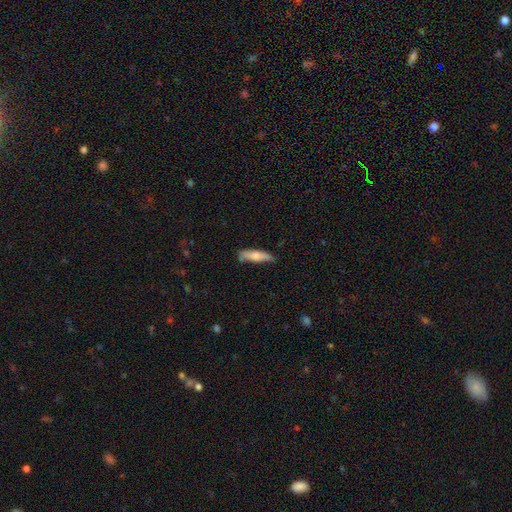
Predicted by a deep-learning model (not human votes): Overall: smooth (69%). How rounded: cigar-shaped (67%; in between 31%). Merging: none (66%).